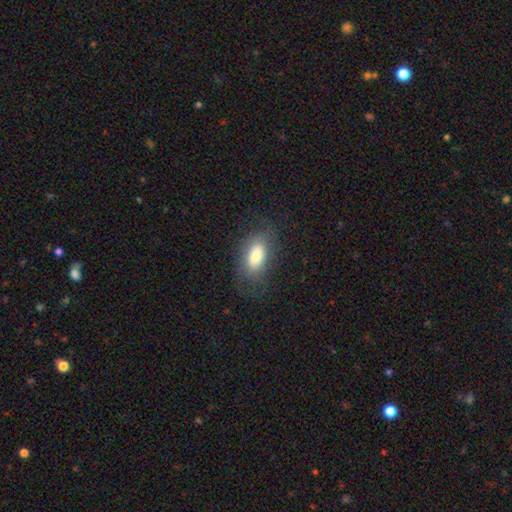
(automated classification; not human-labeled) A smooth galaxy with no disk features (73%) that is in between round and cigar-shaped (89%). Merging: none (73%).